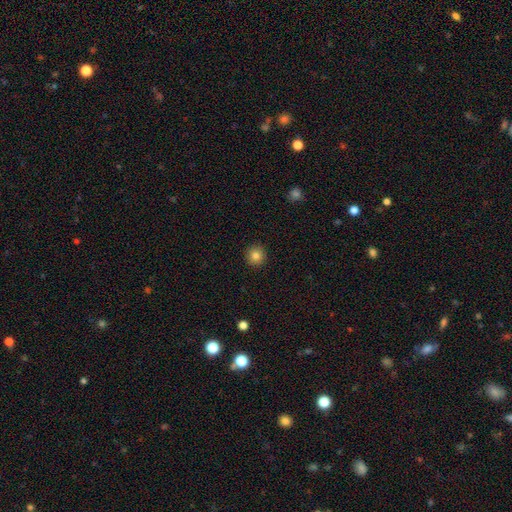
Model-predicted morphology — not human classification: Overall: smooth (83%). How rounded: round (94%). Merging: none (93%).